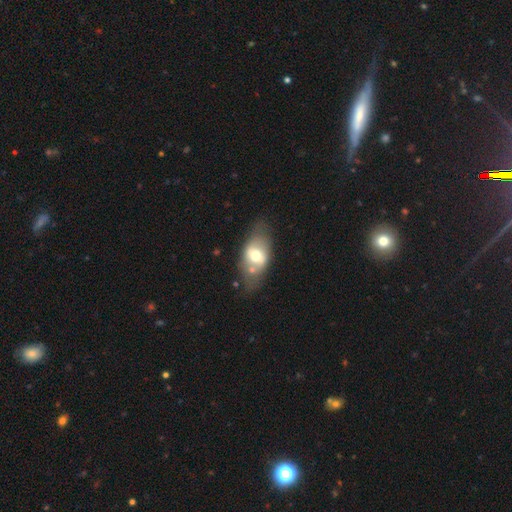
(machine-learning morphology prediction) Smooth or featured? smooth (47%)
Merging? none (61%)